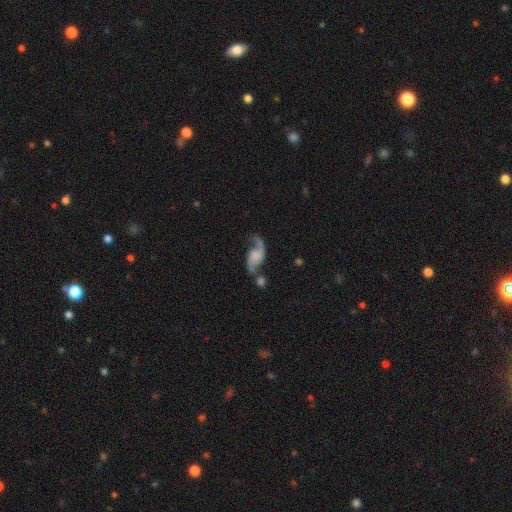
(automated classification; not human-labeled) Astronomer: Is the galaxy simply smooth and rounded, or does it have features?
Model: featured or disk — 84%.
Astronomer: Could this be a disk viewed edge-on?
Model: no — 96%.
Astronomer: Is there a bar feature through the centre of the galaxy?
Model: no — 65%.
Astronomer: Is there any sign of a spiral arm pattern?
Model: yes — 96%.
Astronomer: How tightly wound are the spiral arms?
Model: loose — 80%.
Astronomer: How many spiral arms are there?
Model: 2 — 91%.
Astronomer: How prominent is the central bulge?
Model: none — 46%.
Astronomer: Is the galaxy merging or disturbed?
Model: none — 49%.